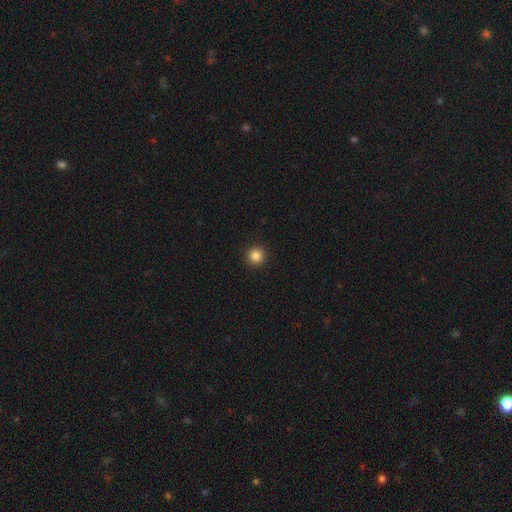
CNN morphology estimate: Smooth or featured?
  - smooth: 85% *
  - star or artifact: 11%
  - featured or disk: 4%
How rounded?
  - round: 96% *
  - in between: 3%
  - cigar-shaped: 1%
Merging?
  - none: 94% *
  - minor disturbance: 4%
  - major disturbance: 2%
  - merger: 1%